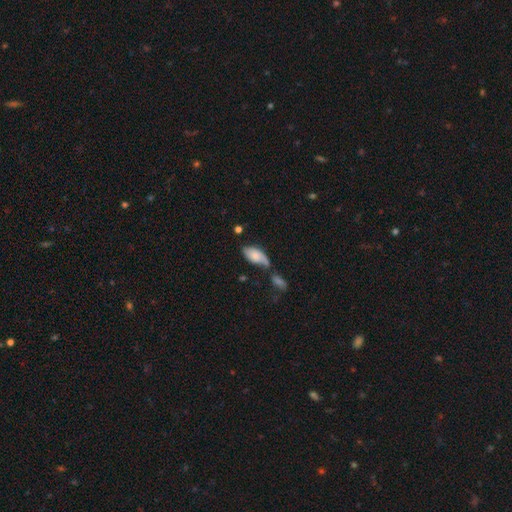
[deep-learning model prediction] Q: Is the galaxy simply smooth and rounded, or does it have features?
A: smooth — 68%.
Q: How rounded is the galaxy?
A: in between — 91%.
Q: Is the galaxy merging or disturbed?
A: none — 35%.